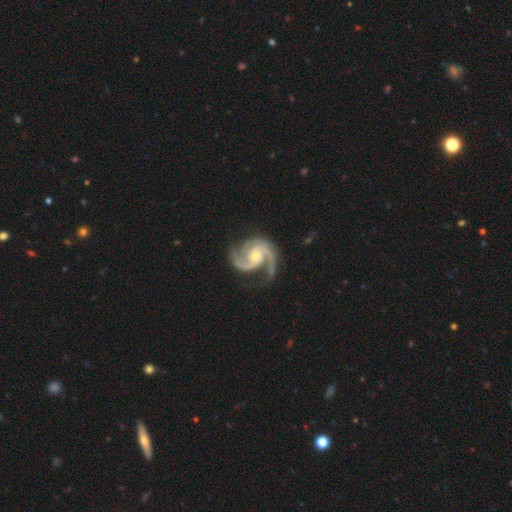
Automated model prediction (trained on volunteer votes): featured or disk 94%, star or artifact 4%, smooth 3%. Down the decision tree: edge-on disk — no (98%); bar — no (67%); spiral arms — yes (99%); spiral arm count — 2 (70%); spiral winding — medium (53%); bulge size — small (51%); merging — none (69%).